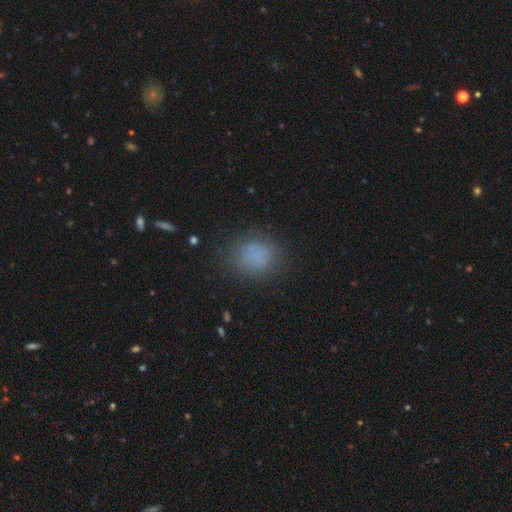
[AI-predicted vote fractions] Morphology: type=smooth (79%); roundness=round (72%); merging=none (78%).